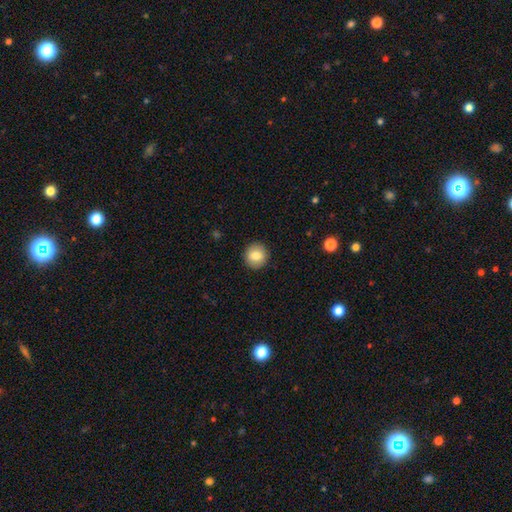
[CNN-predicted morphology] Smooth or featured: smooth — 82% (featured or disk — 10%)
How rounded: round — 90% (in between — 9%)
Merging: none — 91% (minor disturbance — 6%)